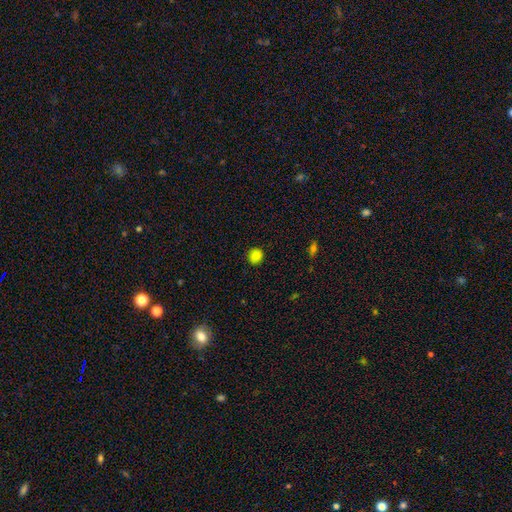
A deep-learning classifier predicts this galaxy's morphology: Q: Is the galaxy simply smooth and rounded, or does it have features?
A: smooth — 84%.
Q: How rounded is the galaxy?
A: round — 87%.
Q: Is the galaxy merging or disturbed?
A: none — 89%.